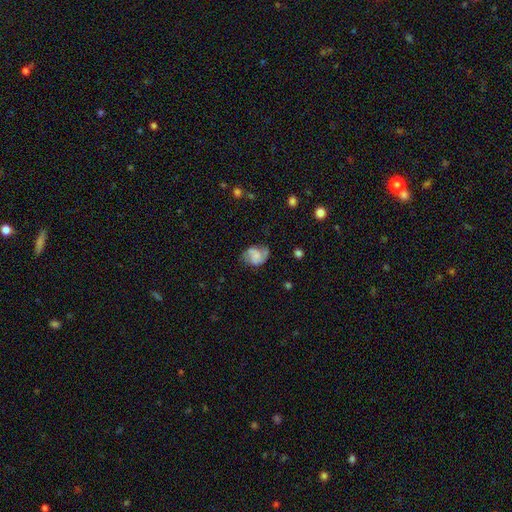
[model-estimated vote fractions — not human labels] Smooth or featured: featured or disk — 53% (smooth — 38%)
Edge-on disk: no — 97% (yes — 3%)
Bar: no — 52% (weak — 36%)
Spiral arms: yes — 82% (no — 18%)
Bulge size: none — 54% (small — 22%)
Merging: none — 53% (minor disturbance — 27%)